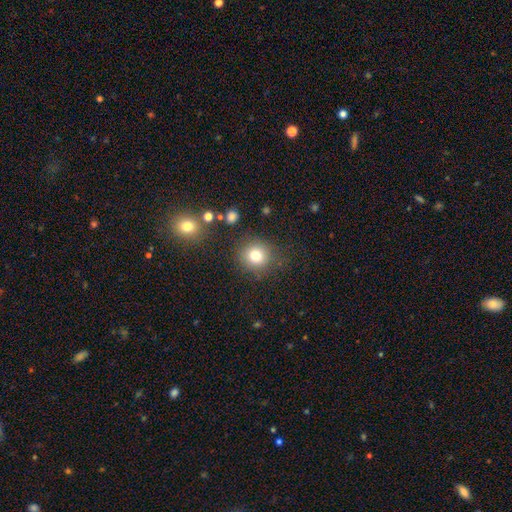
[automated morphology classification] This appears to be a smooth galaxy with no disk features (79%) that is round (89%). Merging: none (83%).